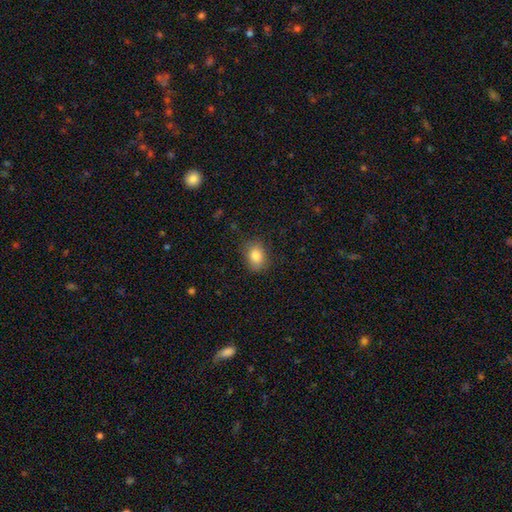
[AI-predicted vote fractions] smooth 84%, star or artifact 9%, featured or disk 7%. Down the decision tree: how rounded — in between (61%); merging — none (80%).